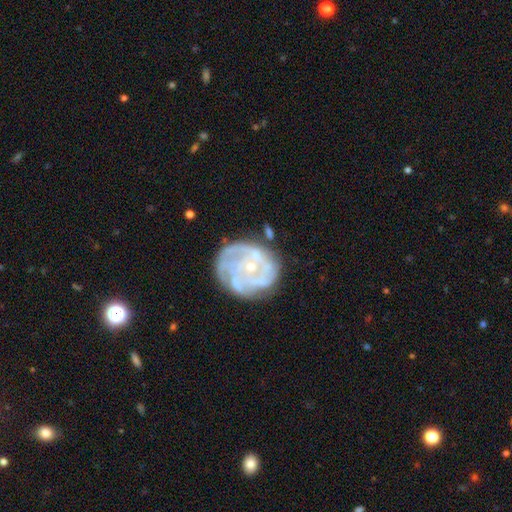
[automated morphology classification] Smooth or featured: featured or disk — 76% (smooth — 16%)
Edge-on disk: no — 98% (yes — 2%)
Bar: no — 79% (weak — 17%)
Spiral arms: yes — 74% (no — 26%)
Spiral winding: tight — 57% (medium — 30%)
Spiral arm count: can't tell — 40% (3 — 21%)
Bulge size: small — 62% (moderate — 31%)
Merging: none — 59% (minor disturbance — 22%)